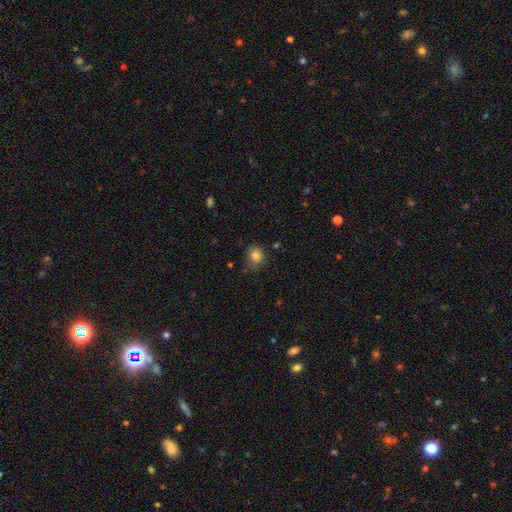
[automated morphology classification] This is clearly a smooth galaxy (83%). How rounded: possibly round (60%). Merging: likely none (72%).